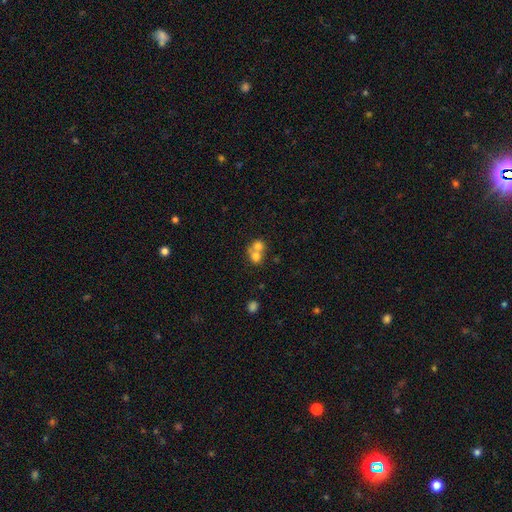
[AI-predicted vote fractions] The model was most divided on "merging": merger: 66%, none: 26%, minor disturbance: 5%, major disturbance: 3%. More confident: how rounded — round (73%); smooth or featured — smooth (71%).